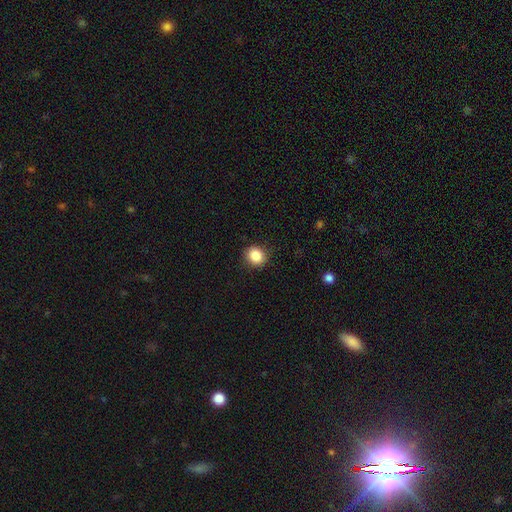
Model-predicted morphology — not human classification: Smooth or featured? smooth (86%)
How rounded? round (81%)
Merging? none (89%)